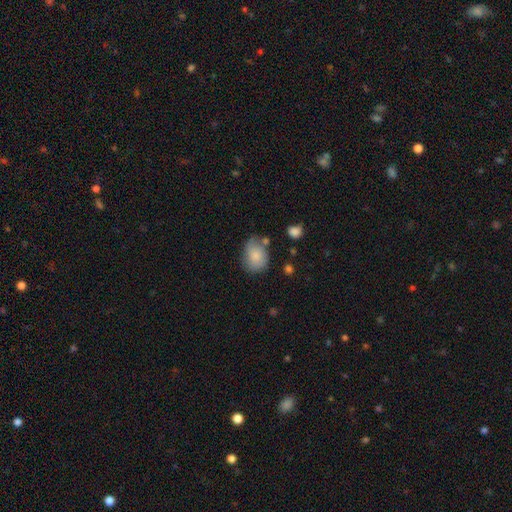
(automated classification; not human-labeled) smooth_or_featured: smooth (p=0.80) [alt: featured or disk p=0.12]
how_rounded: in between (p=0.55) [alt: round p=0.44]
merging: none (p=0.57) [alt: minor disturbance p=0.27]